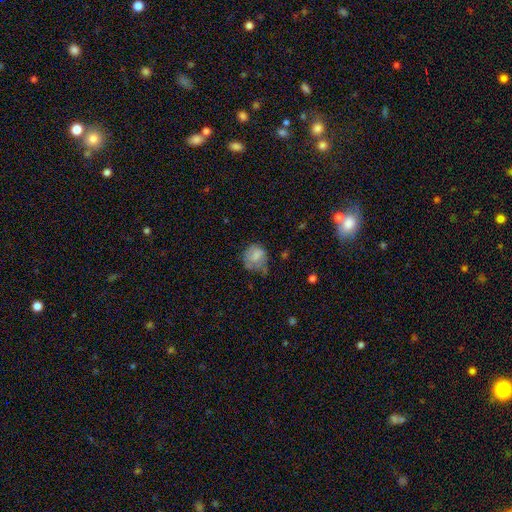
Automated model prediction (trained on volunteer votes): This is likely a smooth galaxy (66%). How rounded: likely round (67%). Merging: marginally none (39%).